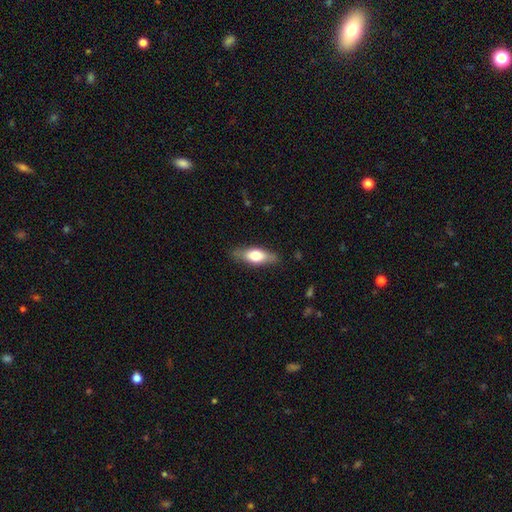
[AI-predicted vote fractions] Smooth or featured? Predicted: smooth (p=0.62). How rounded? Predicted: in between (p=0.64). Merging? Predicted: none (p=0.81).